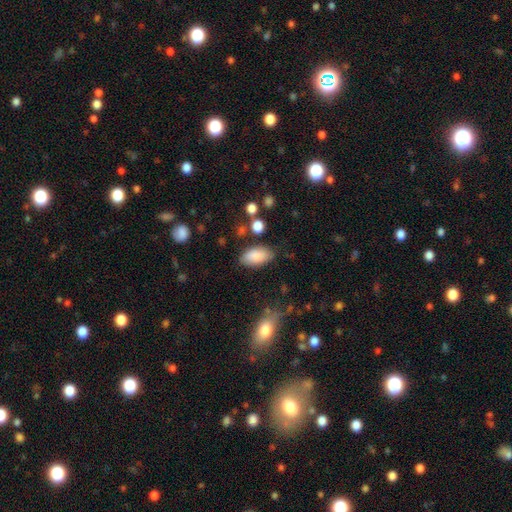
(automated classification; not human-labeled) smooth-or-featured: smooth: 85% | featured or disk: 8% | star or artifact: 7%
  how-rounded: in between: 94% | round: 3% | cigar-shaped: 3%
  merging: none: 78% | minor disturbance: 15% | major disturbance: 4% | merger: 3%